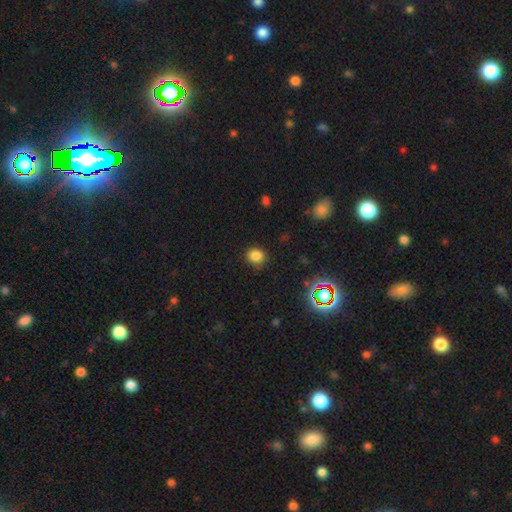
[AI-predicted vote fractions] This is clearly a smooth galaxy (81%). How rounded: clearly round (83%). Merging: clearly none (85%).